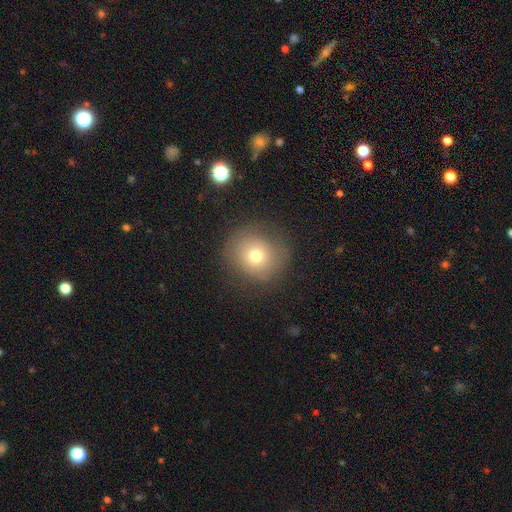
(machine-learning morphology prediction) This is likely a smooth galaxy (70%). How rounded: clearly round (88%). Merging: likely none (79%).